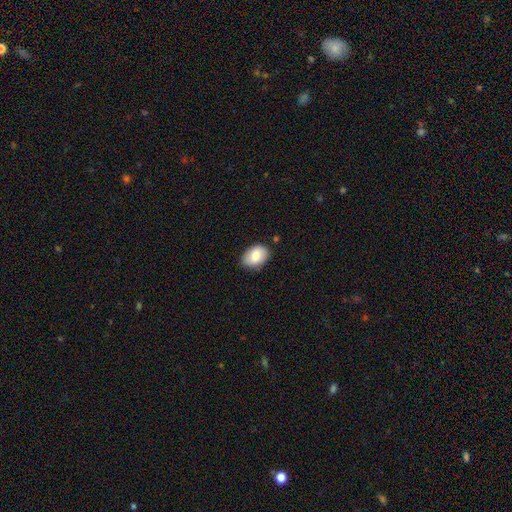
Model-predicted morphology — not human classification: This is likely a smooth galaxy (78%). How rounded: clearly in between (83%). Merging: likely none (80%).